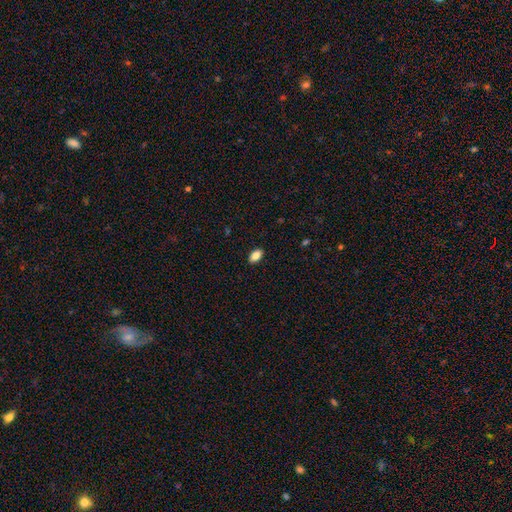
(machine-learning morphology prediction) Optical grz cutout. It shows a smooth galaxy with no disk features (84%) that is in between round and cigar-shaped (91%). Merging: none (89%).